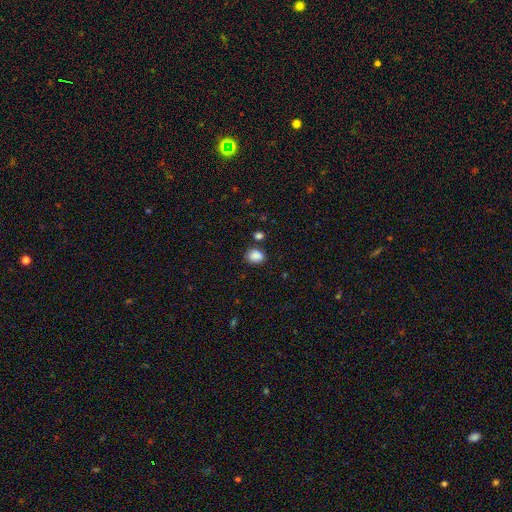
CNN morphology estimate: smooth 87%, star or artifact 9%, featured or disk 4%. Down the decision tree: how rounded — in between (53%); merging — none (78%).